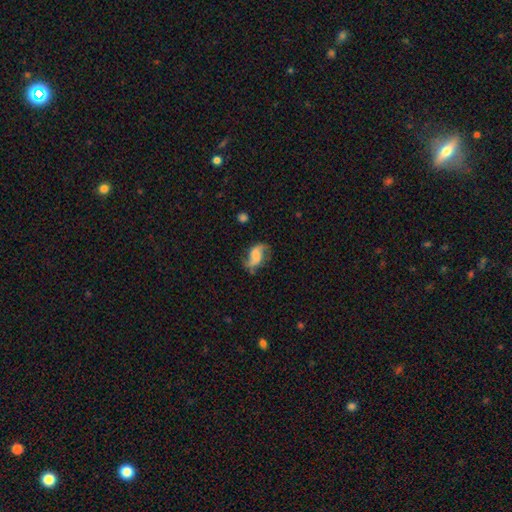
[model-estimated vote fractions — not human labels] A featured or disk galaxy (64%) with no bar (52%), 2 (88%) loose (67%) spiral arms (90%) and no central bulge (43%).

Vote fractions:
- Smooth or featured? featured or disk: 64% / smooth: 28% / star or artifact: 9%
- Edge-on disk? no: 96% / yes: 4%
- Bar? no: 52% / weak: 35% / strong: 13%
- Spiral arms? yes: 90% / no: 10%
- Spiral winding? loose: 67% / medium: 26% / tight: 8%
- Spiral arm count? 2: 88% / 1: 5% / can't tell: 4% / 3: 1% / 4: 1% / more than 4: 1%
- Bulge size? none: 43% / small: 21% / moderate: 17% / large: 15% / dominant: 4%
- Merging? none: 61% / minor disturbance: 23% / major disturbance: 14% / merger: 3%